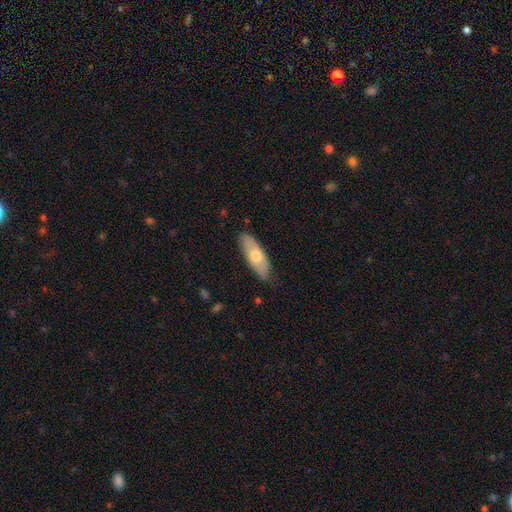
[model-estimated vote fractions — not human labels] Morphology: type=smooth (59%); roundness=in between (69%); merging=none (79%).